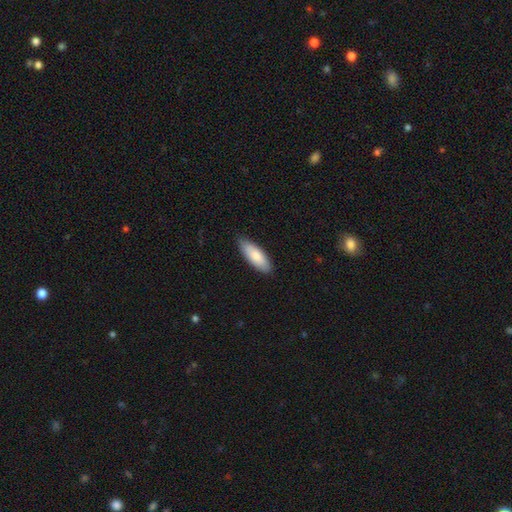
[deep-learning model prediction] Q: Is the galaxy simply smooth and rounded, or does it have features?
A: smooth — 82%.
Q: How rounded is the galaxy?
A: in between — 68%.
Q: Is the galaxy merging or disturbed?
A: none — 85%.